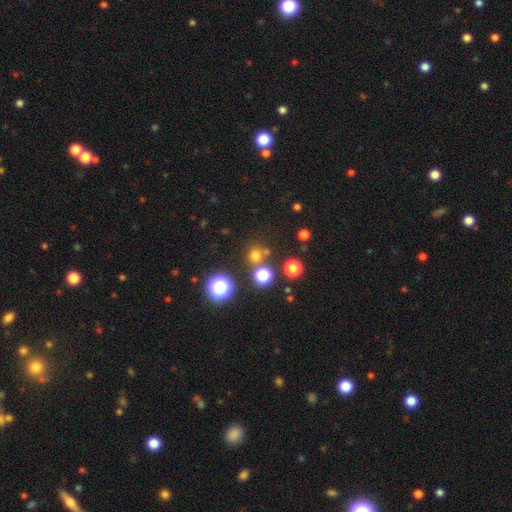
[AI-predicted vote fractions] A smooth galaxy with no disk features (67%) that is round (92%).

Vote fractions:
- Smooth or featured? smooth: 67% / star or artifact: 27% / featured or disk: 6%
- How rounded? round: 92% / in between: 7% / cigar-shaped: 1%
- Merging? none: 75% / merger: 14% / minor disturbance: 8% / major disturbance: 3%